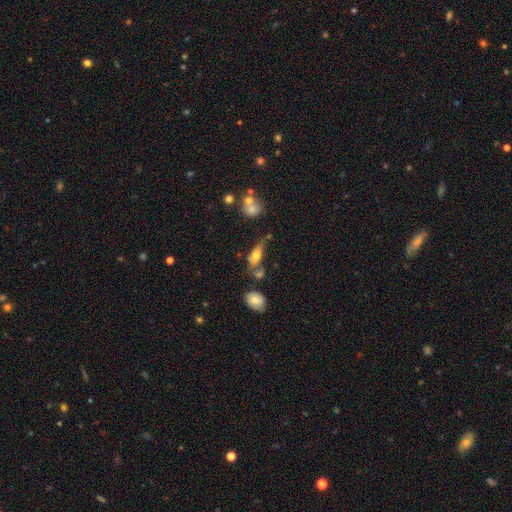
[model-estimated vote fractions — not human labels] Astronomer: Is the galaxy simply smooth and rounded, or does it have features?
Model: smooth — 65%.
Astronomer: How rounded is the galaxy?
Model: in between — 76%.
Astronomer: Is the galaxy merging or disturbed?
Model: none — 42% (runner-up: minor disturbance, 25%).